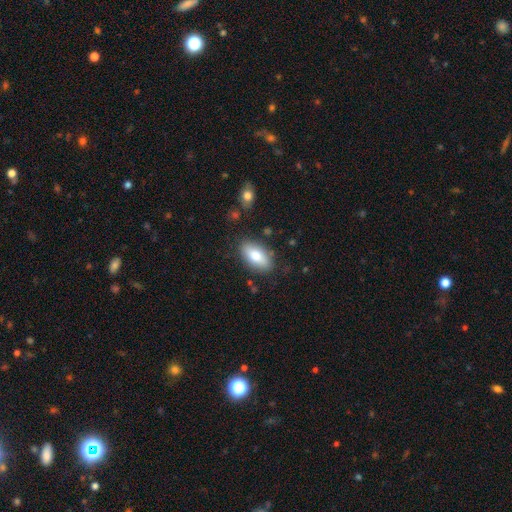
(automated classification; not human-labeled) Smooth or featured? smooth (76%)
How rounded? in between (90%)
Merging? none (82%)